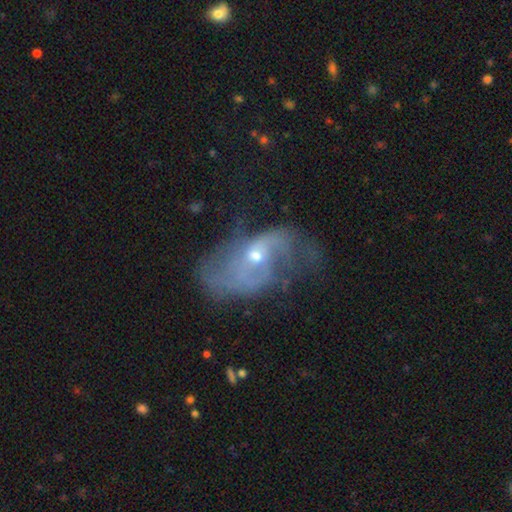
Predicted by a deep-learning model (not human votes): A featured or disk galaxy (77%) with no bar (61%), 2 (64%) loose (48%) spiral arms (83%) and a small central bulge (56%).

Vote fractions:
- Smooth or featured? featured or disk: 77% / smooth: 14% / star or artifact: 9%
- Edge-on disk? no: 94% / yes: 6%
- Bar? no: 61% / weak: 30% / strong: 9%
- Spiral arms? yes: 83% / no: 17%
- Spiral winding? loose: 48% / medium: 35% / tight: 17%
- Spiral arm count? 2: 64% / can't tell: 19% / 1: 6% / 3: 6% / 4: 2% / more than 4: 2%
- Bulge size? small: 56% / moderate: 40% / large: 2% / none: 1% / dominant: 1%
- Merging? none: 49% / minor disturbance: 25% / major disturbance: 24% / merger: 3%